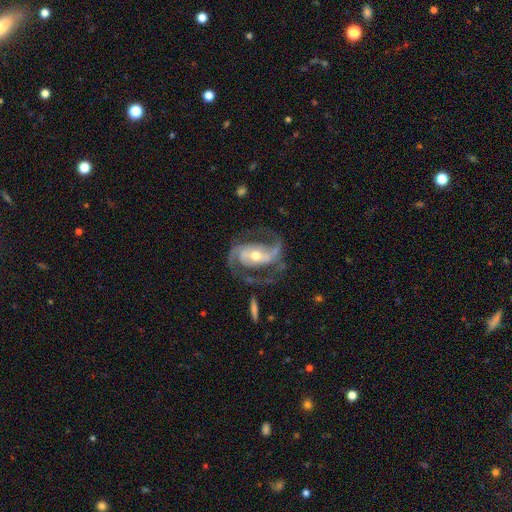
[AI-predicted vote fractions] Morphology: type=featured or disk (92%); edge-on=no (97%); bar=strong (37%); spiral arms=yes (98%); winding=medium (59%); arm count=2 (89%); bulge=moderate (57%); merging=none (70%).